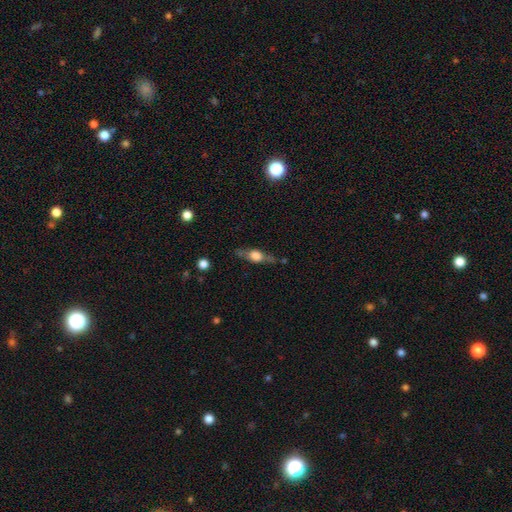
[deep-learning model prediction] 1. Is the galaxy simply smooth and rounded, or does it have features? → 49% featured or disk, 43% smooth, 8% star or artifact.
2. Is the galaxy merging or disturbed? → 70% none, 20% minor disturbance, 7% major disturbance, 4% merger.